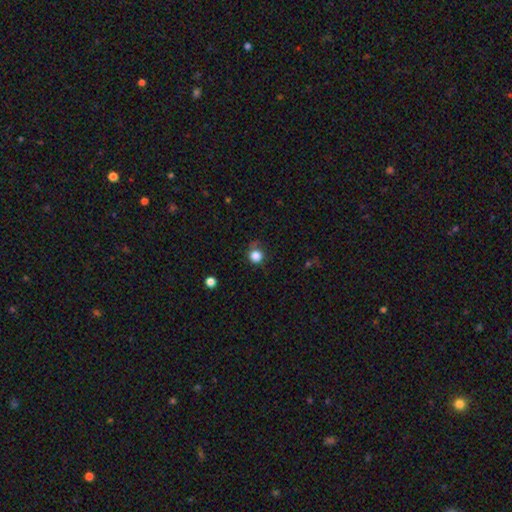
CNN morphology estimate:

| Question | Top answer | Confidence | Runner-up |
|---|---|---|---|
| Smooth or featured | smooth | 84% | star or artifact (12%) |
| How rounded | round | 91% | in between (8%) |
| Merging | none | 72% | minor disturbance (19%) |